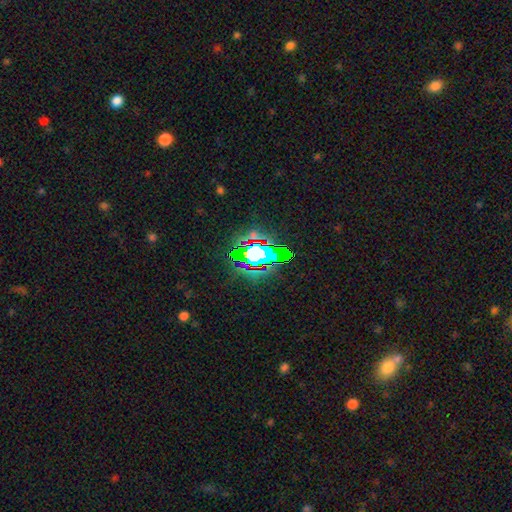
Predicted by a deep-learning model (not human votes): smooth_or_featured: star or artifact (p=0.62) [alt: smooth p=0.20]